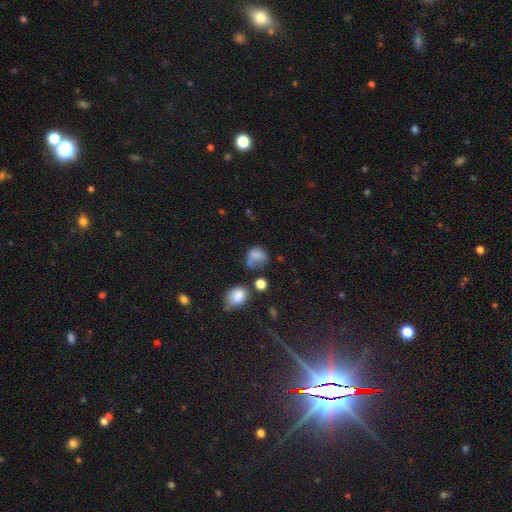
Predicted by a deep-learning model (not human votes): Smooth or featured? Predicted: smooth (p=0.73). How rounded? Predicted: round (p=0.53). Merging? Predicted: none (p=0.35).